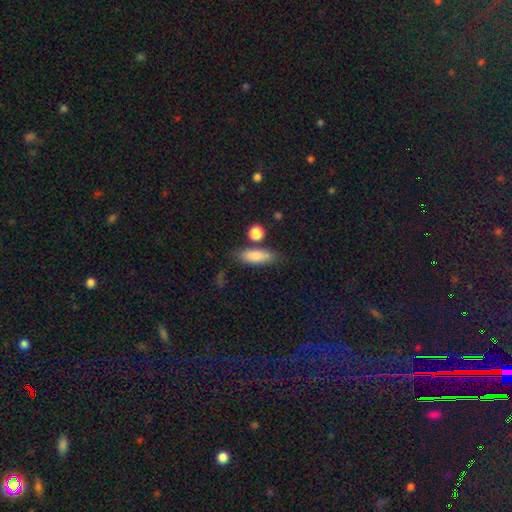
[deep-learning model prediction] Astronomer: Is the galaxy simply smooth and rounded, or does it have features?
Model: smooth — 83%.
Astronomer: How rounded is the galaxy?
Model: in between — 61%.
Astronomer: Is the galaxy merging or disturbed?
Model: none — 71%.